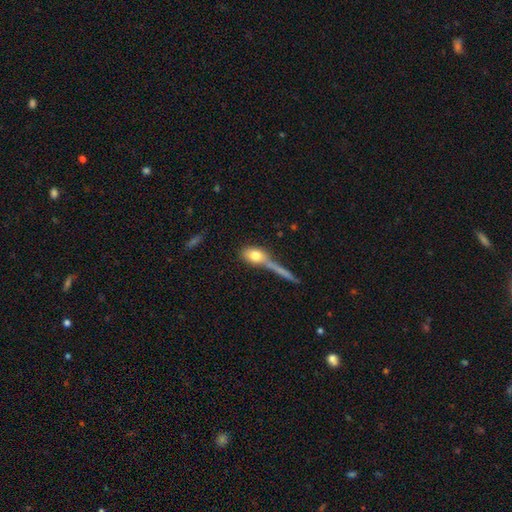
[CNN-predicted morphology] The model was most divided on "merging": none: 40%, merger: 31%, minor disturbance: 16%, major disturbance: 12%. More confident: smooth or featured — smooth (74%); how rounded — in between (62%).